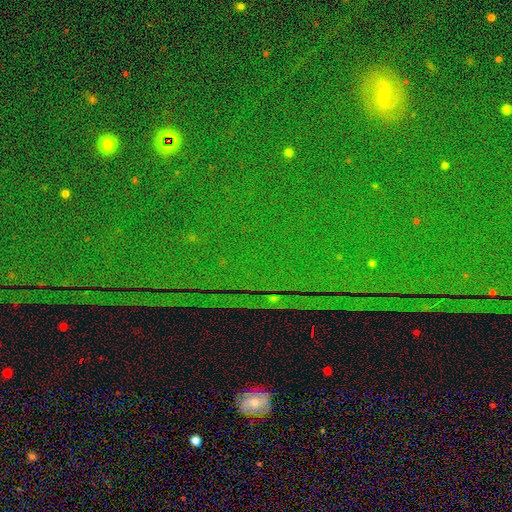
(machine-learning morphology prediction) Q: Smooth or featured?
A: star or artifact (82%); runner-up: smooth (10%)